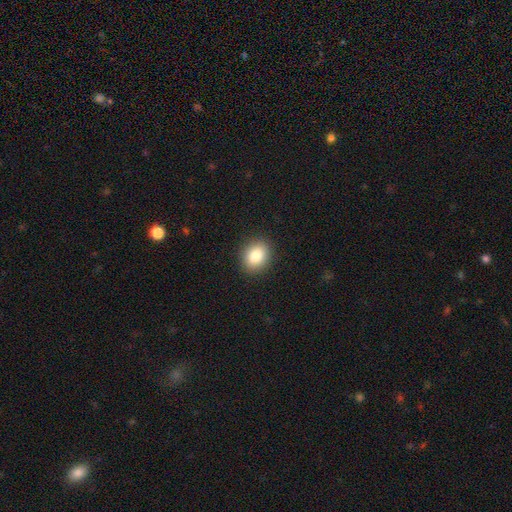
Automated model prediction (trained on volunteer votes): Smooth or featured: smooth — 84% (star or artifact — 9%)
How rounded: round — 50% (in between — 49%)
Merging: none — 90% (minor disturbance — 7%)